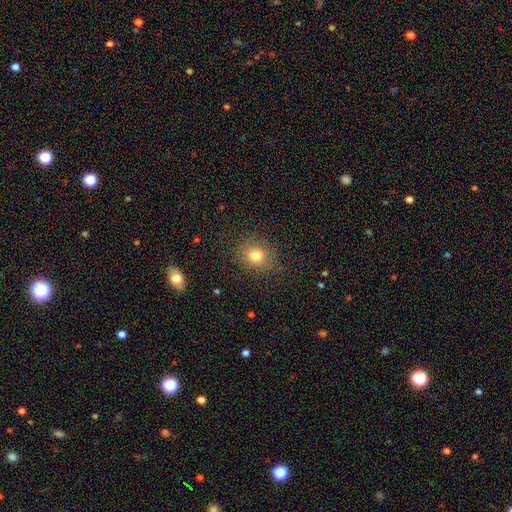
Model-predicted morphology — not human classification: smooth_or_featured: smooth (p=0.78) [alt: star or artifact p=0.14]
how_rounded: round (p=0.70) [alt: in between p=0.29]
merging: none (p=0.85) [alt: minor disturbance p=0.10]